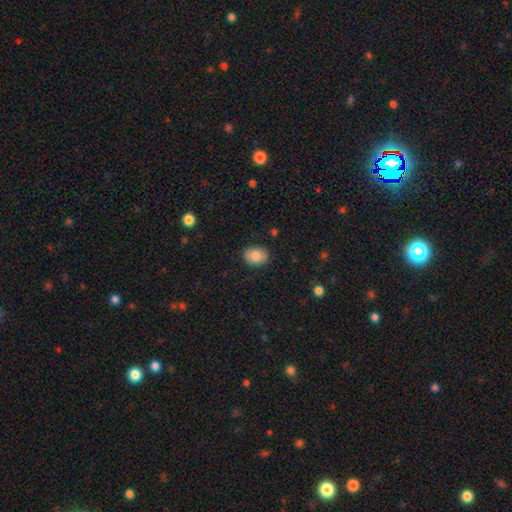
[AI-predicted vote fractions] Overall: smooth (81%). How rounded: in between (60%; round 39%). Merging: none (87%).